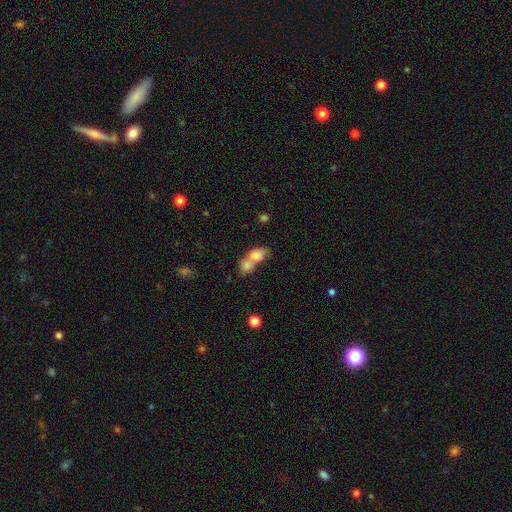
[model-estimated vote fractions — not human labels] smooth-or-featured: smooth: 77% | featured or disk: 14% | star or artifact: 8%
  how-rounded: in between: 71% | round: 26% | cigar-shaped: 3%
  merging: merger: 76% | none: 15% | minor disturbance: 5% | major disturbance: 4%